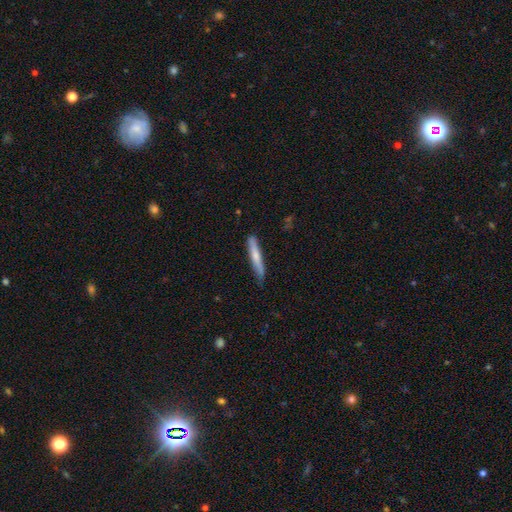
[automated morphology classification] smooth 64%, featured or disk 30%, star or artifact 5%. Down the decision tree: how rounded — cigar-shaped (94%); merging — none (75%).